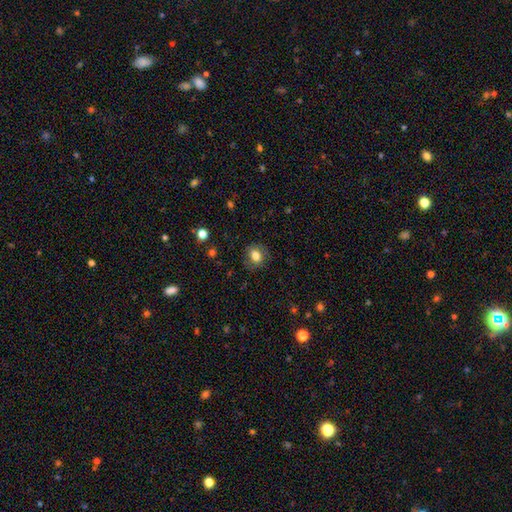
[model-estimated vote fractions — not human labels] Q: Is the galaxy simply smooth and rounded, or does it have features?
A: smooth — 79%.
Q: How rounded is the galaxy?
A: round — 58%.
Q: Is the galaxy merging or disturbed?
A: none — 81%.